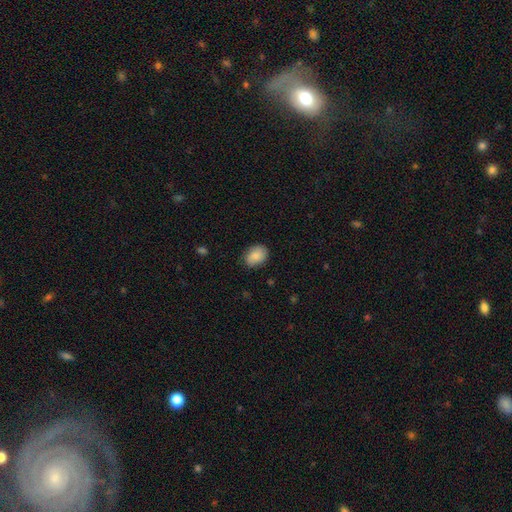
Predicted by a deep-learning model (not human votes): Smooth or featured? Predicted: smooth (p=0.85). How rounded? Predicted: in between (p=0.73). Merging? Predicted: none (p=0.80).